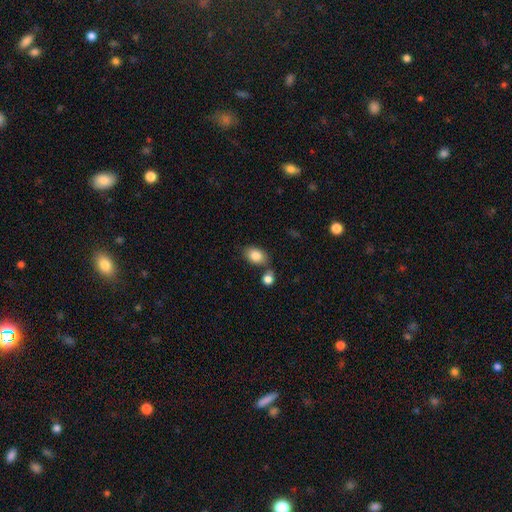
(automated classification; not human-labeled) smooth_or_featured: smooth (p=0.84) [alt: featured or disk p=0.08]
how_rounded: in between (p=0.84) [alt: round p=0.15]
merging: none (p=0.66) [alt: merger p=0.17]